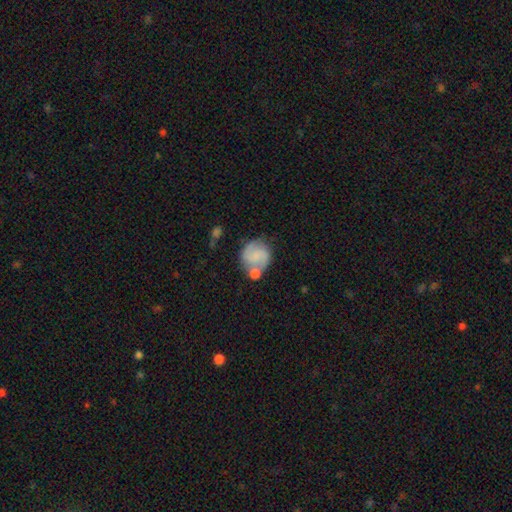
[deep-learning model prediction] A featured or disk galaxy (49%).

Vote fractions:
- Smooth or featured? featured or disk: 49% / smooth: 43% / star or artifact: 8%
- Merging? none: 48% / merger: 27% / minor disturbance: 18% / major disturbance: 8%